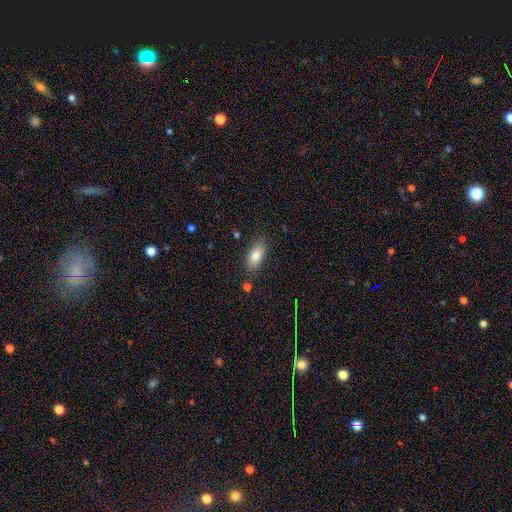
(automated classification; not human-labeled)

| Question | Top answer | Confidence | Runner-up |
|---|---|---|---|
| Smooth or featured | smooth | 81% | featured or disk (11%) |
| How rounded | in between | 87% | cigar-shaped (9%) |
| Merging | none | 83% | minor disturbance (12%) |